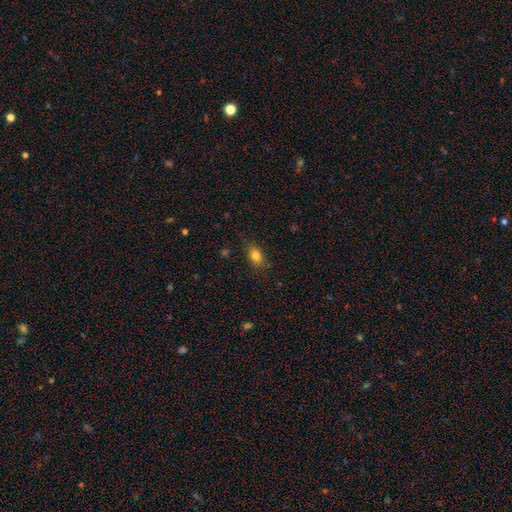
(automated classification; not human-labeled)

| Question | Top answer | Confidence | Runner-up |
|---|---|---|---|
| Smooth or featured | smooth | 83% | star or artifact (10%) |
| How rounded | in between | 78% | round (19%) |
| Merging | none | 82% | minor disturbance (14%) |